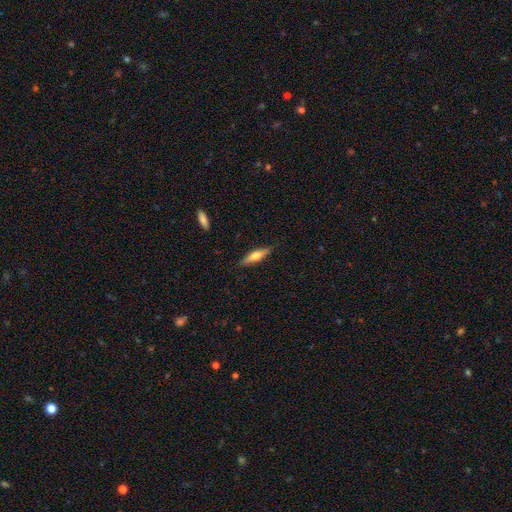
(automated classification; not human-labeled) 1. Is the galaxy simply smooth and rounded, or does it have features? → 58% smooth, 36% featured or disk, 6% star or artifact.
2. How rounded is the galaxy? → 72% cigar-shaped, 26% in between, 2% round.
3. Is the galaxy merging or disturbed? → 87% none, 10% minor disturbance, 2% major disturbance, 1% merger.